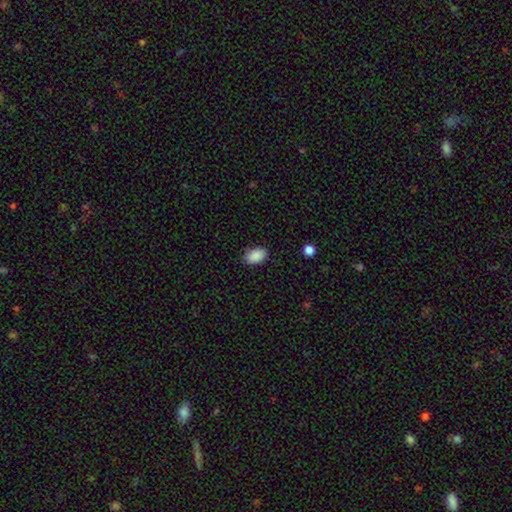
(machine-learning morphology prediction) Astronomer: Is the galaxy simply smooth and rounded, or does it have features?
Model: smooth — 90%.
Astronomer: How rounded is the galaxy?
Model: in between — 91%.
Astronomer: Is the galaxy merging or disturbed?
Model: none — 84%.